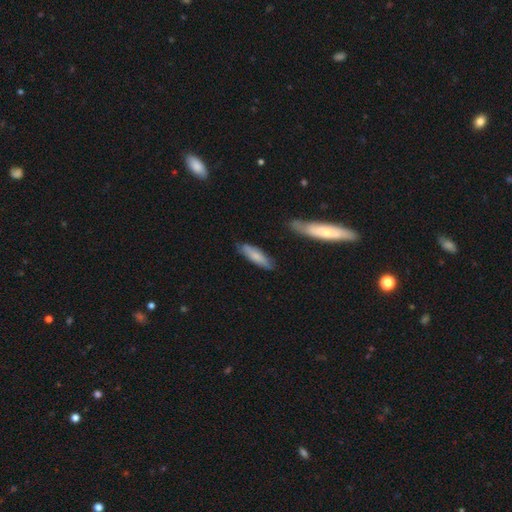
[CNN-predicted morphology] This is likely a smooth galaxy (73%). How rounded: likely cigar-shaped (65%). Merging: likely none (78%).